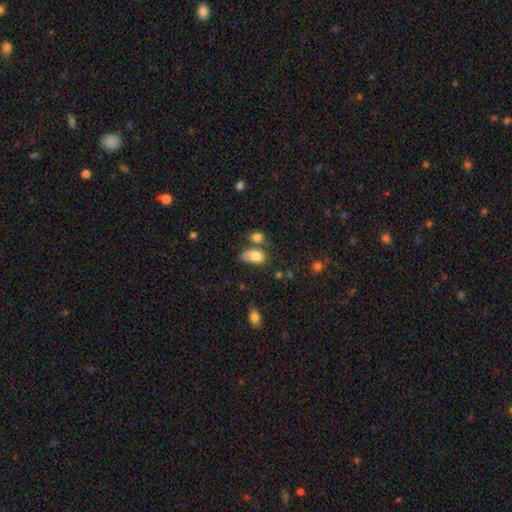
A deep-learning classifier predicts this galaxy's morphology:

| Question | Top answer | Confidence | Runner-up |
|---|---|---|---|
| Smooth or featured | smooth | 76% | featured or disk (15%) |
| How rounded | in between | 88% | round (9%) |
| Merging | merger | 30% | none (29%) |